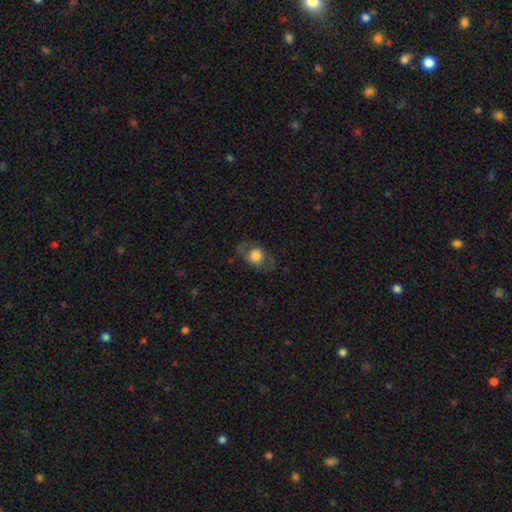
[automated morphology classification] The model was most divided on "how rounded": round: 50%, in between: 48%, cigar-shaped: 2%. More confident: merging — none (69%); smooth or featured — smooth (60%).